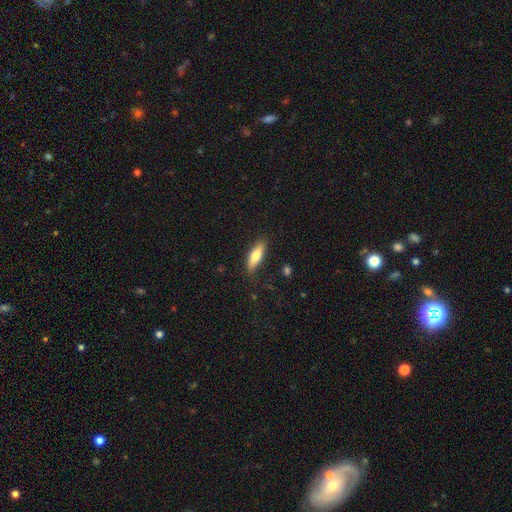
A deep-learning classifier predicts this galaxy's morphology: Q: Smooth or featured?
A: smooth (72%); runner-up: featured or disk (22%)
Q: How rounded?
A: in between (52%); runner-up: cigar-shaped (46%)
Q: Merging?
A: none (83%); runner-up: minor disturbance (13%)